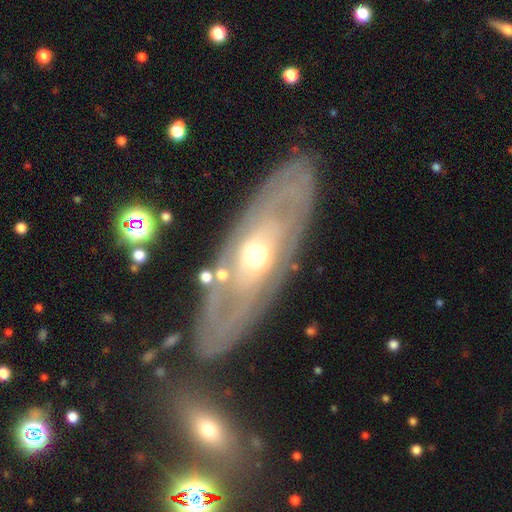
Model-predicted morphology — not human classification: smooth_or_featured: featured or disk (p=0.76) [alt: smooth p=0.19]
disk_edge_on: no (p=0.78) [alt: yes p=0.22]
bar: no (p=0.75) [alt: weak p=0.18]
has_spiral_arms: yes (p=0.55) [alt: no p=0.45]
bulge_size: moderate (p=0.69) [alt: small p=0.20]
merging: none (p=0.80) [alt: minor disturbance p=0.13]